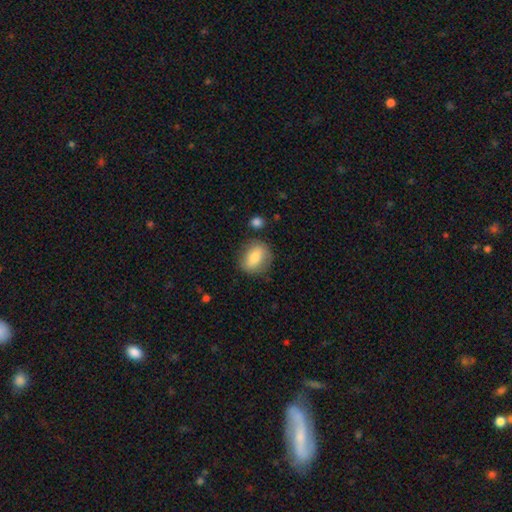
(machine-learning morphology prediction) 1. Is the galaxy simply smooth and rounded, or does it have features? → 74% smooth, 19% featured or disk, 7% star or artifact.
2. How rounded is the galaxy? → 58% in between, 39% round, 3% cigar-shaped.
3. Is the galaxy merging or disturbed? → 79% none, 14% minor disturbance, 4% major disturbance, 3% merger.